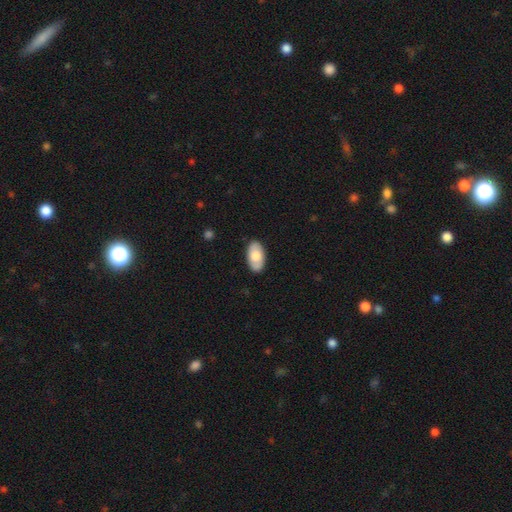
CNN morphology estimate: type=smooth (67%); roundness=in between (94%); merging=none (86%).